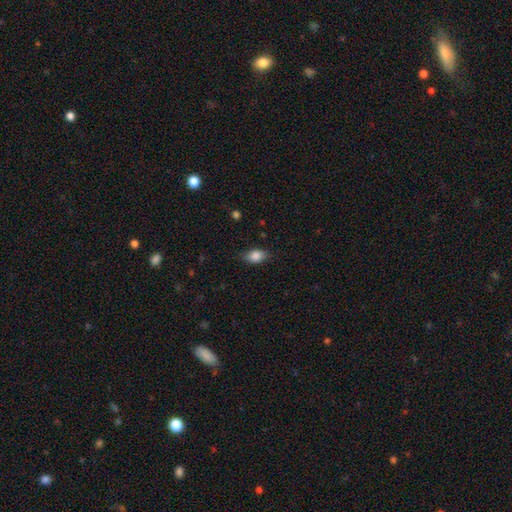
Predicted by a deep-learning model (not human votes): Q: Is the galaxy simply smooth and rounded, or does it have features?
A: smooth — 84%.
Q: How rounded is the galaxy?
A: in between — 84%.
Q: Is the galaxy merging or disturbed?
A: none — 79%.